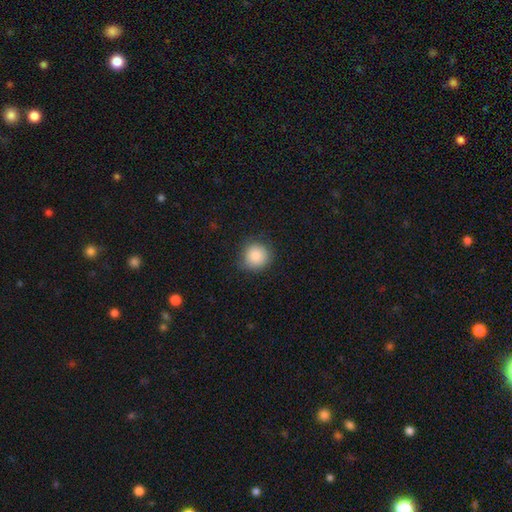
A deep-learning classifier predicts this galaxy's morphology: The model was most divided on "merging": none: 84%, minor disturbance: 12%, major disturbance: 3%, merger: 1%. More confident: how rounded — round (92%); smooth or featured — smooth (86%).